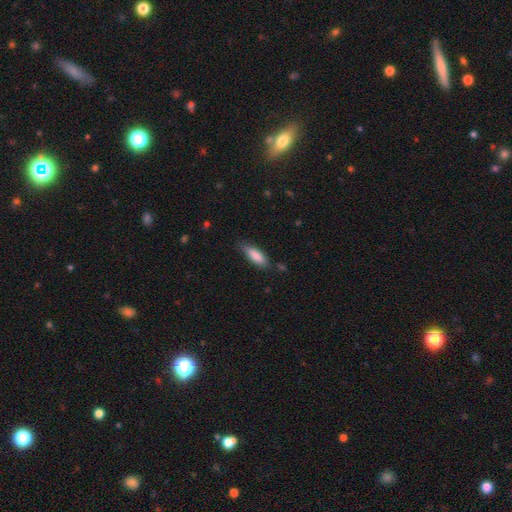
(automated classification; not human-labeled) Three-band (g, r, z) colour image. It shows a smooth galaxy with no disk features (85%) that is in between round and cigar-shaped (60%). Merging: none (73%).